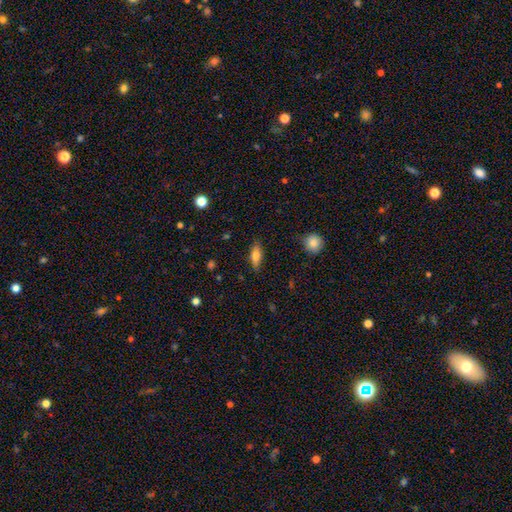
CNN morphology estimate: This appears to be a smooth galaxy with no disk features (73%) that is in between round and cigar-shaped (71%). Merging: none (85%).